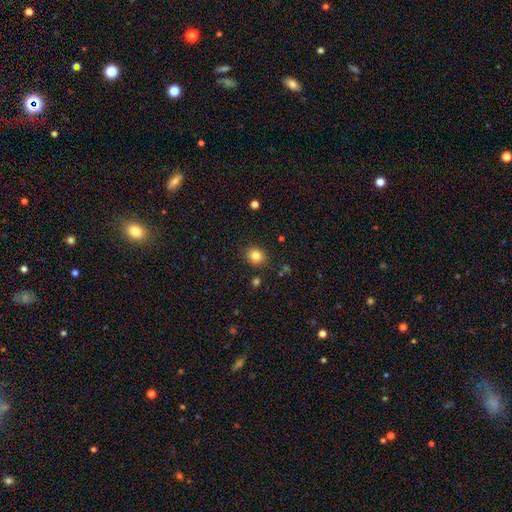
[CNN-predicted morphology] Overall: smooth (82%). How rounded: round (69%; in between 30%). Merging: none (87%).